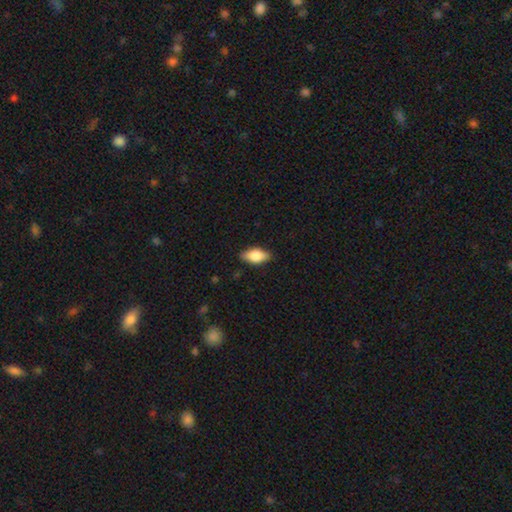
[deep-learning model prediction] Smooth or featured? smooth (71%)
How rounded? in between (87%)
Merging? none (86%)